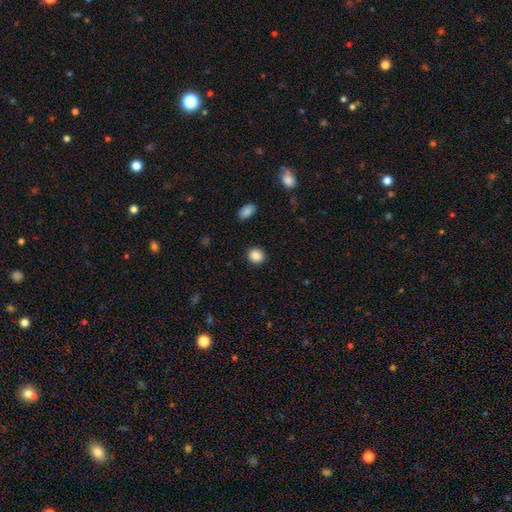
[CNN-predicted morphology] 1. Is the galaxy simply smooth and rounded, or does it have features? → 87% smooth, 9% star or artifact, 4% featured or disk.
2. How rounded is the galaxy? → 81% round, 18% in between, 1% cigar-shaped.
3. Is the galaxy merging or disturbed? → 90% none, 6% minor disturbance, 2% major disturbance, 1% merger.